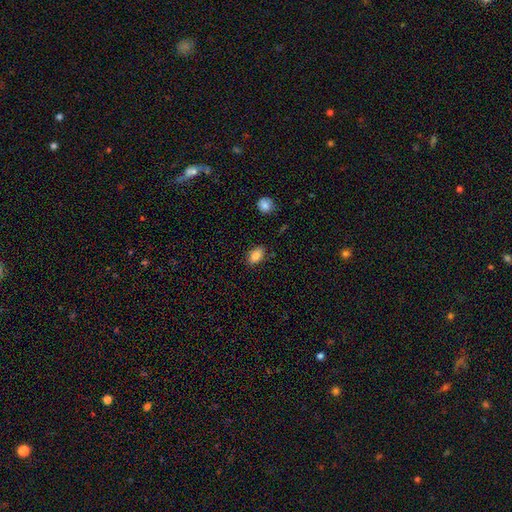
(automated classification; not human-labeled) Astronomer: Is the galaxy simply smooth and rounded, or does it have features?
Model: smooth — 80%.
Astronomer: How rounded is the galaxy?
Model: in between — 86%.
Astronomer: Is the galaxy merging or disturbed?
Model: none — 83%.